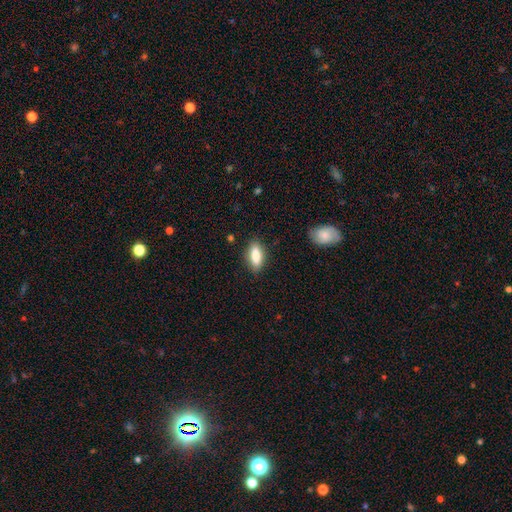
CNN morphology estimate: A smooth galaxy with no disk features (81%) that is in between round and cigar-shaped (73%).

Vote fractions:
- Smooth or featured? smooth: 81% / featured or disk: 12% / star or artifact: 7%
- How rounded? in between: 73% / cigar-shaped: 23% / round: 3%
- Merging? none: 83% / minor disturbance: 12% / major disturbance: 3% / merger: 2%